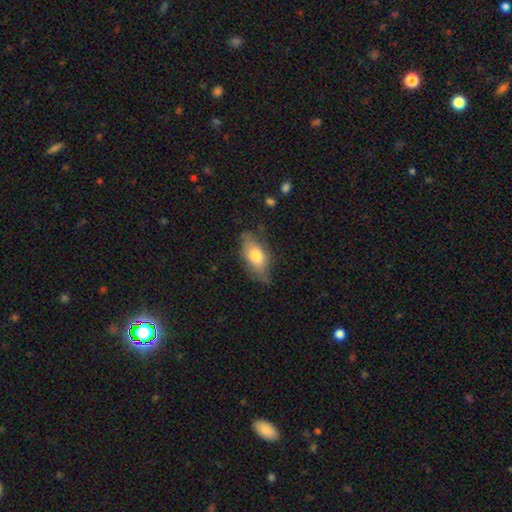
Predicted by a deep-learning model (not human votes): Morphology: type=smooth (68%); roundness=in between (83%); merging=none (63%).